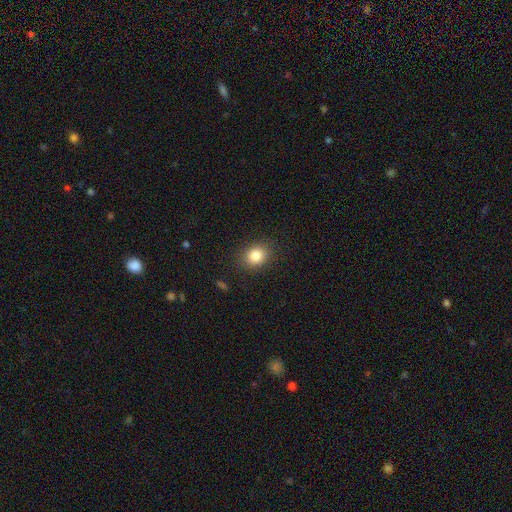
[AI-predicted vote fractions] smooth 84%, star or artifact 10%, featured or disk 6%. Down the decision tree: how rounded — round (57%); merging — none (86%).